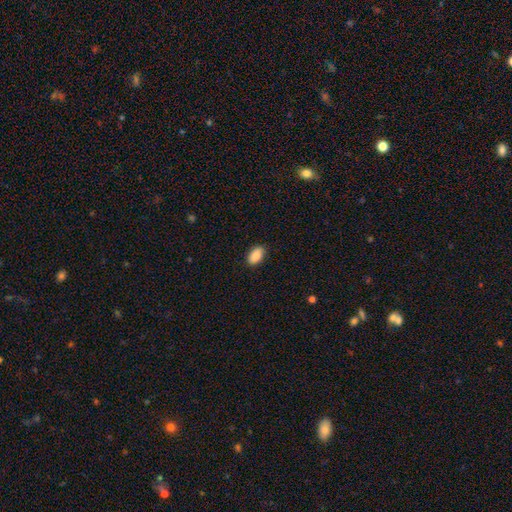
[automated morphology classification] smooth 89%, star or artifact 7%, featured or disk 4%. Down the decision tree: how rounded — in between (92%); merging — none (84%).